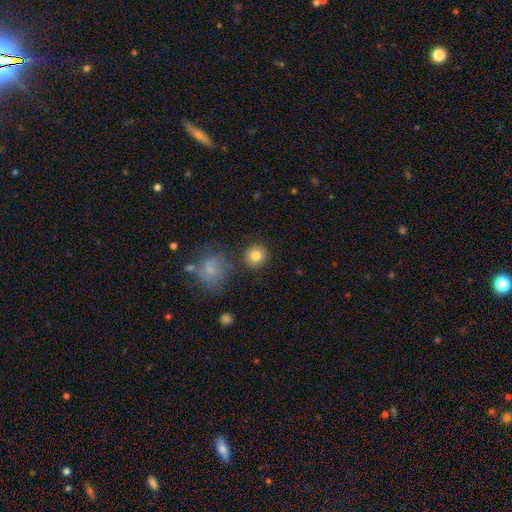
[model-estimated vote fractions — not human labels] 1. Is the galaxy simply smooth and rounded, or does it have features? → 82% smooth, 9% star or artifact, 9% featured or disk.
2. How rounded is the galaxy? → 91% round, 8% in between, 1% cigar-shaped.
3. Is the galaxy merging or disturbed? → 84% none, 8% minor disturbance, 5% merger, 3% major disturbance.